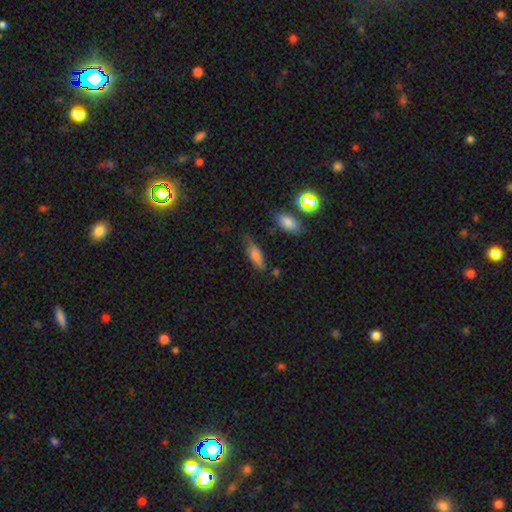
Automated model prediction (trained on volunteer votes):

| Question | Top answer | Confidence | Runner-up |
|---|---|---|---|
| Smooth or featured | smooth | 69% | featured or disk (20%) |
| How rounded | in between | 61% | cigar-shaped (36%) |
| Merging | none | 54% | minor disturbance (31%) |